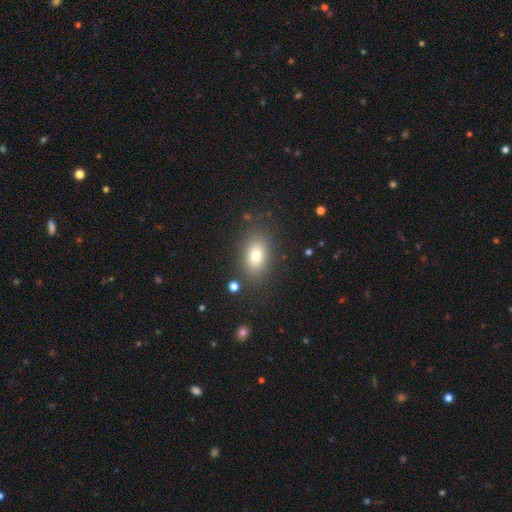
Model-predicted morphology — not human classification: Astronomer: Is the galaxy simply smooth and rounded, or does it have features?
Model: smooth — 77%.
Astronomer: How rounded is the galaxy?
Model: in between — 85%.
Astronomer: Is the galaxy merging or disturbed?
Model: none — 84%.